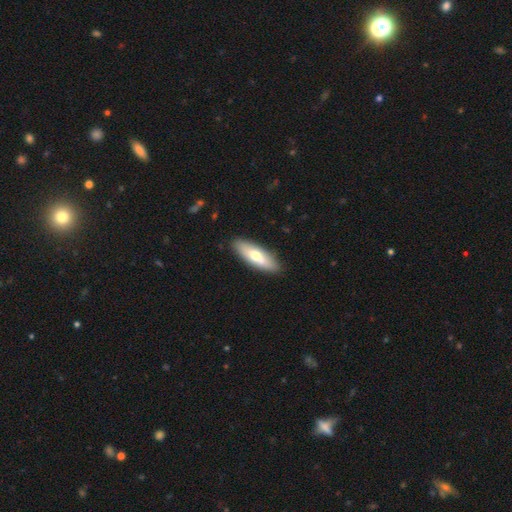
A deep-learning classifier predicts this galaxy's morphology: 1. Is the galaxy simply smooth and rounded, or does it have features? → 62% smooth, 32% featured or disk, 5% star or artifact.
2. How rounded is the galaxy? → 60% in between, 38% cigar-shaped, 2% round.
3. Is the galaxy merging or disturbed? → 87% none, 9% minor disturbance, 2% major disturbance, 2% merger.